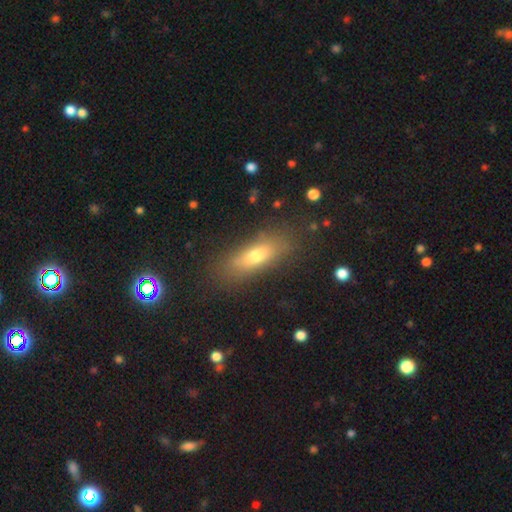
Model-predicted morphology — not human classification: type=smooth (64%); roundness=in between (54%); merging=none (81%).